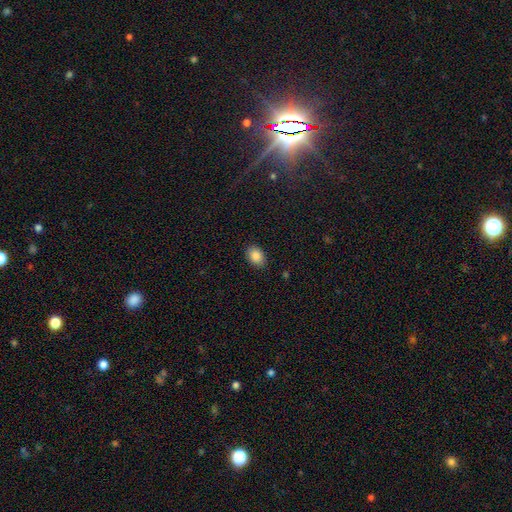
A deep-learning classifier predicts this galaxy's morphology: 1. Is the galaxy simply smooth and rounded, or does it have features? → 87% smooth, 8% star or artifact, 5% featured or disk.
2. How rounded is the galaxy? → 77% in between, 22% round, 1% cigar-shaped.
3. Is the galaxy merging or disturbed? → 86% none, 10% minor disturbance, 2% major disturbance, 1% merger.